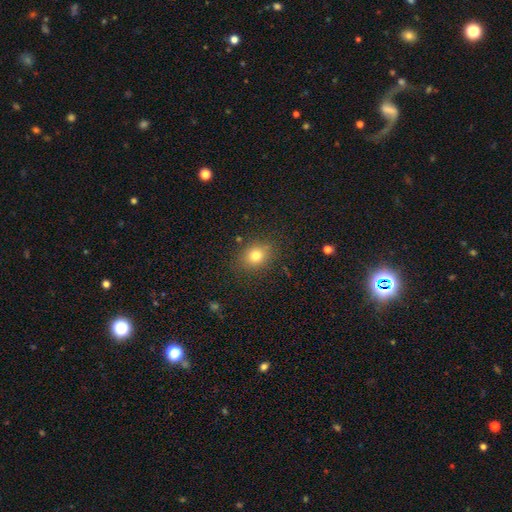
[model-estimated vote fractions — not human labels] The model was most divided on "how rounded": round: 58%, in between: 41%, cigar-shaped: 1%. More confident: merging — none (85%); smooth or featured — smooth (79%).